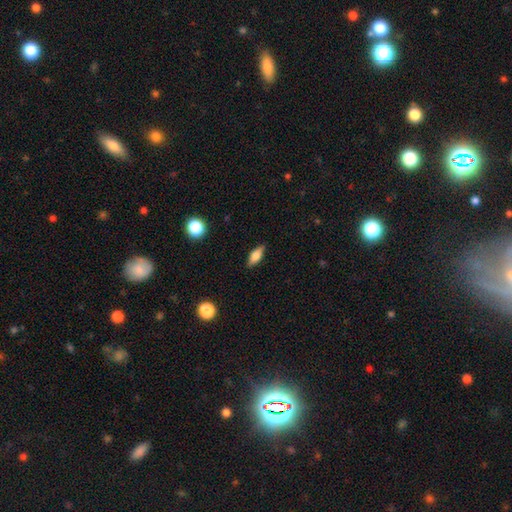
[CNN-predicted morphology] type=smooth (68%); roundness=in between (69%); merging=none (86%).